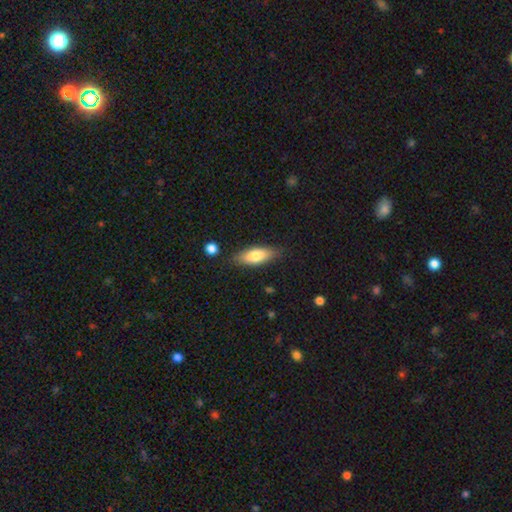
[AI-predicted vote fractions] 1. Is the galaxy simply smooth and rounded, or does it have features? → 75% smooth, 19% featured or disk, 6% star or artifact.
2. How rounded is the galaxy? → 63% in between, 34% cigar-shaped, 2% round.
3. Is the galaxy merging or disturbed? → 82% none, 13% minor disturbance, 3% major disturbance, 2% merger.